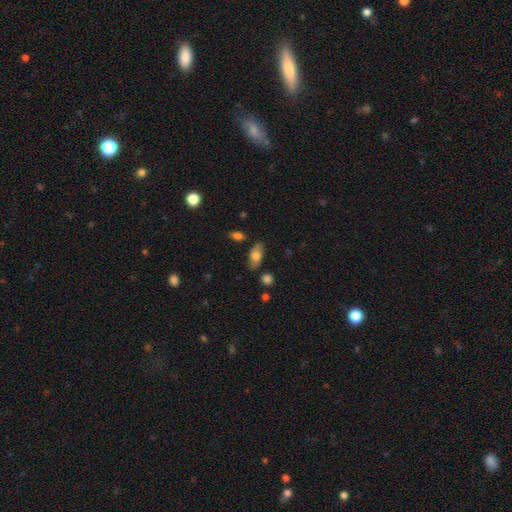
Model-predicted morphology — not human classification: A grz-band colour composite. It shows a smooth galaxy with no disk features (71%) that is in between round and cigar-shaped (89%). Merging: none (79%).